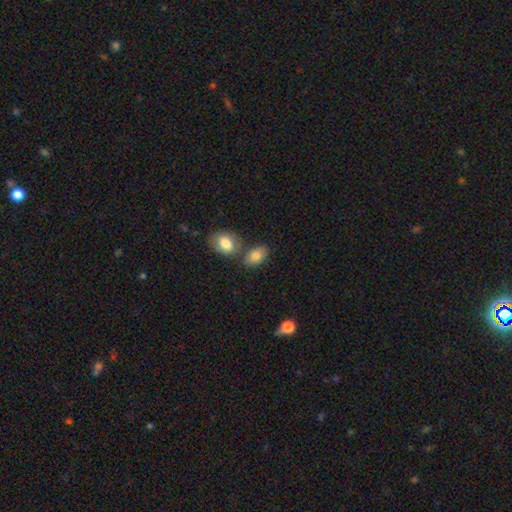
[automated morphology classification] smooth_or_featured: smooth (p=0.83) [alt: featured or disk p=0.09]
how_rounded: in between (p=0.85) [alt: round p=0.13]
merging: none (p=0.61) [alt: merger p=0.23]